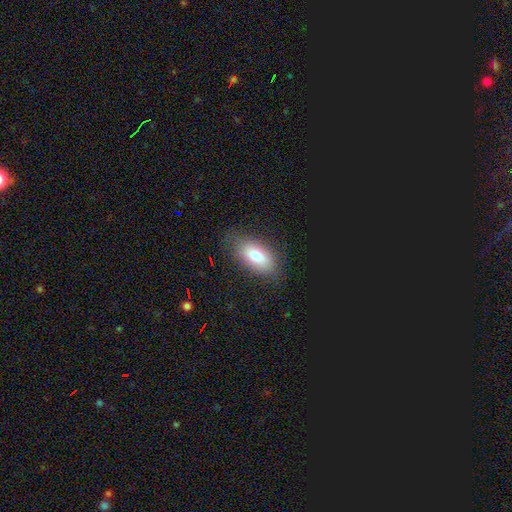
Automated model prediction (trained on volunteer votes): The model was most divided on "merging": none: 80%, minor disturbance: 15%, major disturbance: 4%, merger: 1%. More confident: how rounded — in between (90%); smooth or featured — smooth (79%).